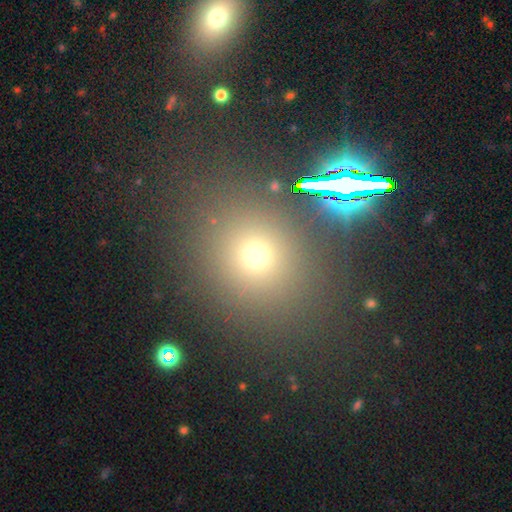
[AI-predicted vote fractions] smooth 61%, star or artifact 30%, featured or disk 9%. Down the decision tree: how rounded — round (73%); merging — none (84%).